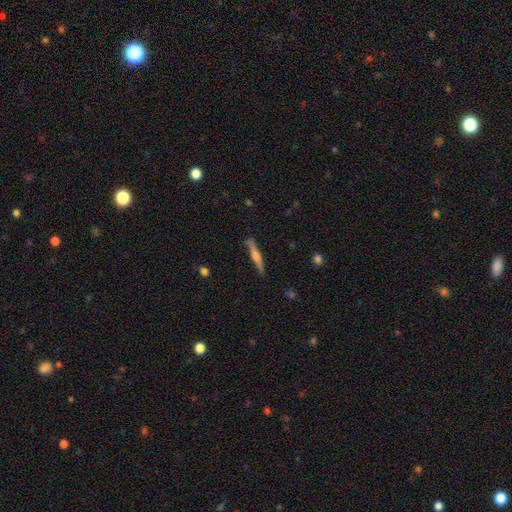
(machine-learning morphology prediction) smooth-or-featured: featured or disk: 55% | smooth: 39% | star or artifact: 6%
  disk-edge-on: yes: 97% | no: 3%
    edge-on-bulge: rounded: 74% | boxy: 15% | none: 11%
  merging: none: 85% | minor disturbance: 11% | major disturbance: 2% | merger: 2%